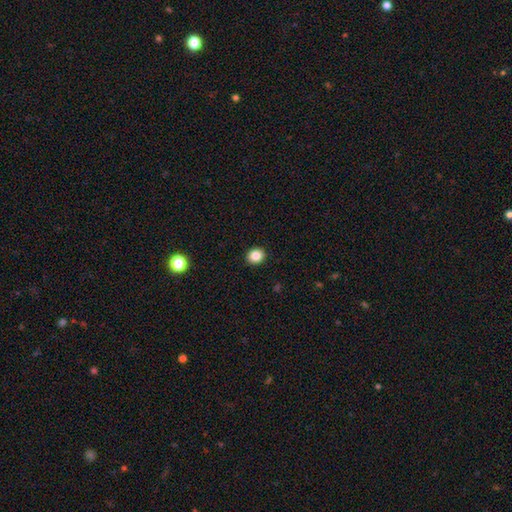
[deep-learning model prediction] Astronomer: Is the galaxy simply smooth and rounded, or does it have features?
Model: smooth — 86%.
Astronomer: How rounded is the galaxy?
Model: round — 75%.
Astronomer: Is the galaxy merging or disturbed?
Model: none — 92%.